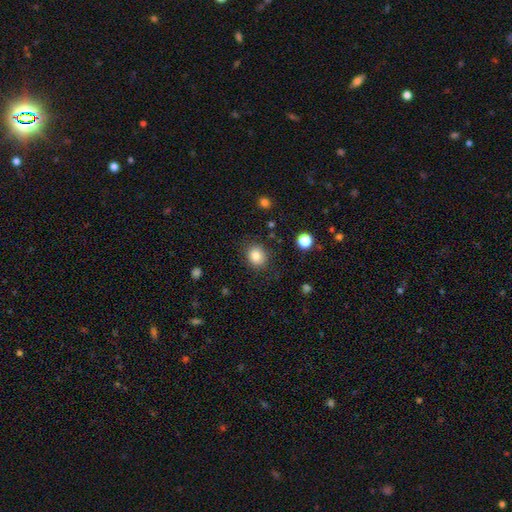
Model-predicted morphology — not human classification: smooth_or_featured: smooth (p=0.82) [alt: star or artifact p=0.11]
how_rounded: round (p=0.70) [alt: in between p=0.29]
merging: none (p=0.85) [alt: minor disturbance p=0.10]